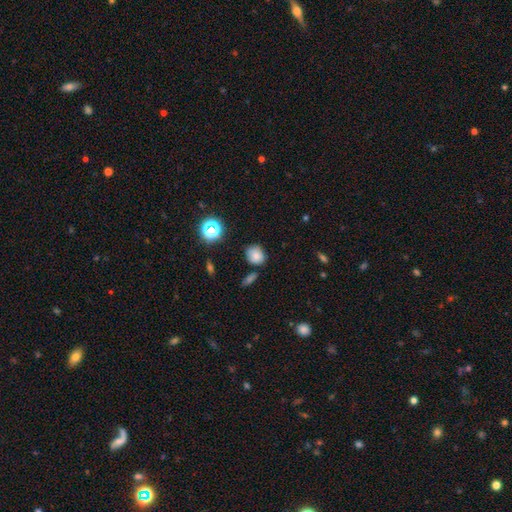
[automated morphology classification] Smooth or featured: smooth — 79% (star or artifact — 14%)
How rounded: round — 64% (in between — 34%)
Merging: none — 71% (minor disturbance — 19%)